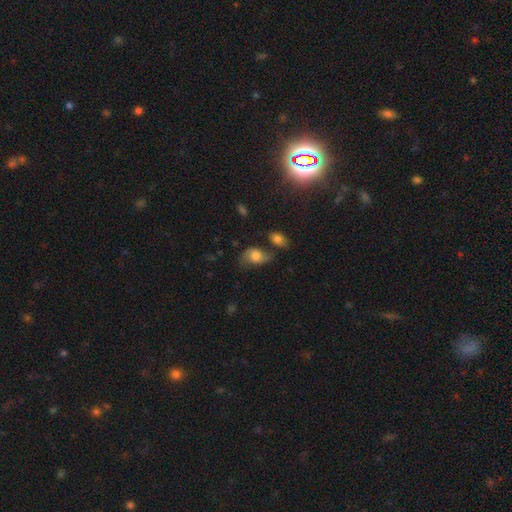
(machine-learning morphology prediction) Q: Smooth or featured?
A: smooth (57%); runner-up: featured or disk (33%)
Q: How rounded?
A: in between (80%); runner-up: round (18%)
Q: Merging?
A: none (44%); runner-up: minor disturbance (27%)